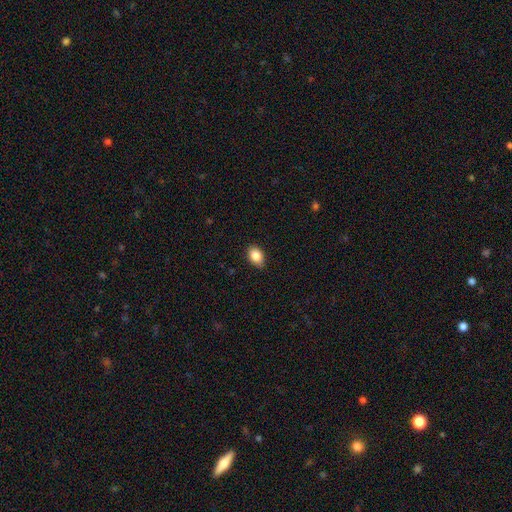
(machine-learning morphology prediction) smooth_or_featured: smooth (p=0.85) [alt: star or artifact p=0.08]
how_rounded: in between (p=0.82) [alt: round p=0.17]
merging: none (p=0.84) [alt: minor disturbance p=0.13]